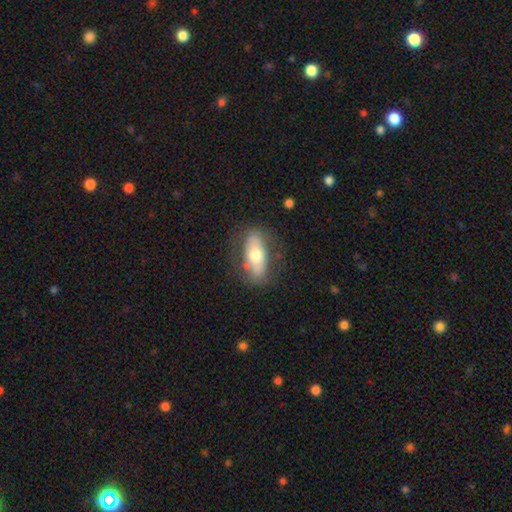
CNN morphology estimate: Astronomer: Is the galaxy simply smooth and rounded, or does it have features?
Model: smooth — 55% (runner-up: featured or disk, 39%).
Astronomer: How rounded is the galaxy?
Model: in between — 78%.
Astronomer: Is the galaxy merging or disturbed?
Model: none — 75%.